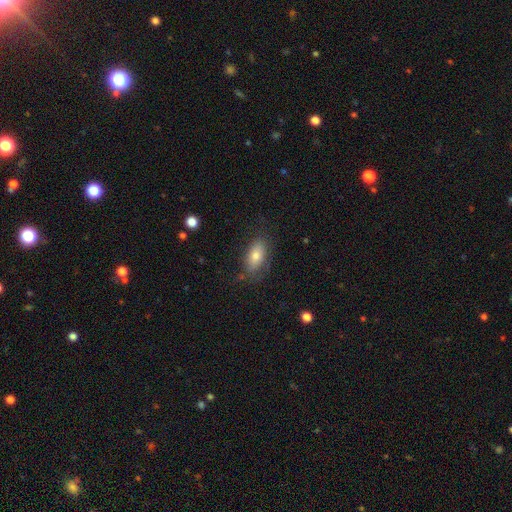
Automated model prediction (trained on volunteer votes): The model was most divided on "smooth or featured": smooth: 69%, featured or disk: 21%, star or artifact: 9%. More confident: how rounded — in between (88%); merging — none (71%).